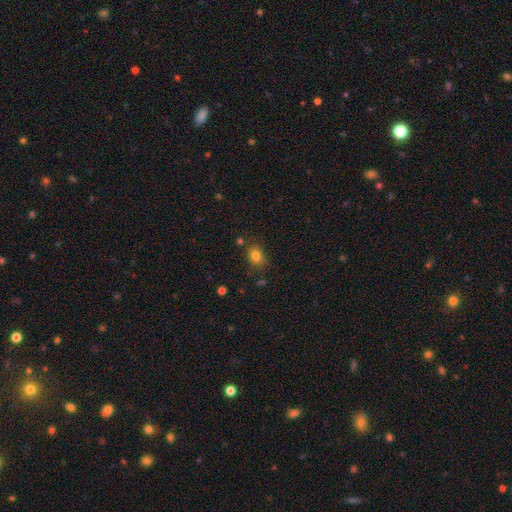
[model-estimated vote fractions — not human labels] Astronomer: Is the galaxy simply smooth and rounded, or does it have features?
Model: smooth — 80%.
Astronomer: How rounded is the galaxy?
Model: in between — 58% (runner-up: round, 41%).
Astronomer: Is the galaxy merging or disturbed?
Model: none — 78%.